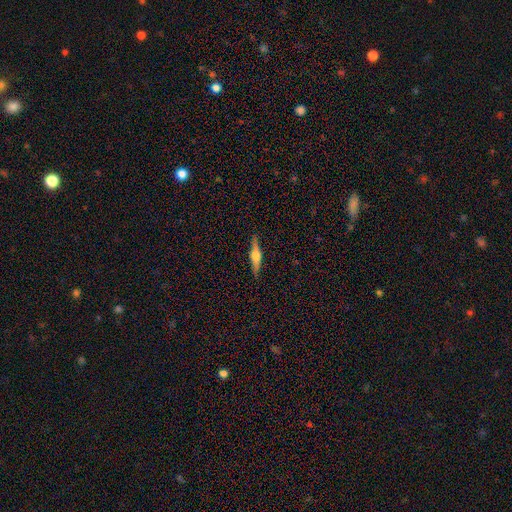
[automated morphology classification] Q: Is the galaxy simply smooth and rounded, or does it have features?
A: featured or disk — 67%.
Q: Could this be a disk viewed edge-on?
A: yes — 97%.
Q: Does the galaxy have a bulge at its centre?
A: rounded — 82%.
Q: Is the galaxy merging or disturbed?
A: none — 89%.